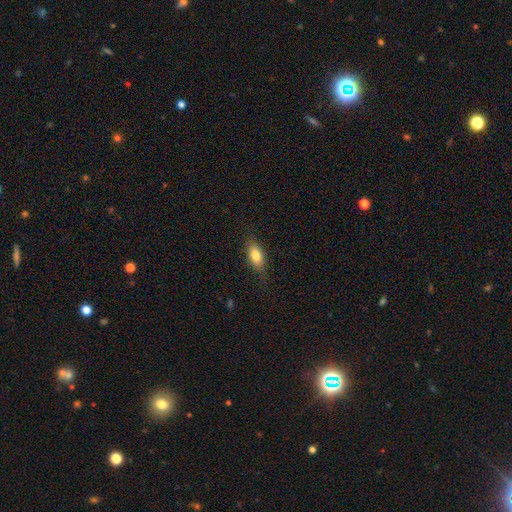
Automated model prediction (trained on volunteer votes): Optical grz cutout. It shows a smooth galaxy with no disk features (79%) that is in between round and cigar-shaped (84%). Merging: none (82%).